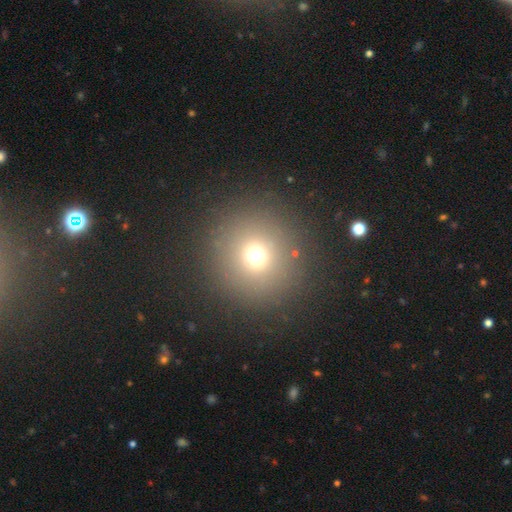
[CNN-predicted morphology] type=smooth (69%); roundness=round (94%); merging=none (88%).